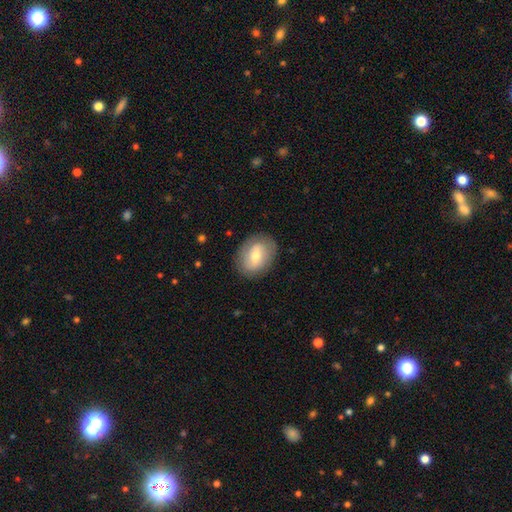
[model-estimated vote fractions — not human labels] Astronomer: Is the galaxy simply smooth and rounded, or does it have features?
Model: smooth — 54% (runner-up: featured or disk, 39%).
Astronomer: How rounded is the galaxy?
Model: in between — 65%.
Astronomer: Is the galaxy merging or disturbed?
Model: none — 83%.